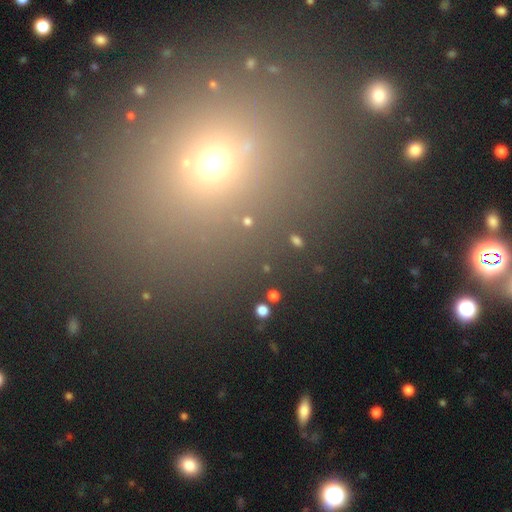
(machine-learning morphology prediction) type=smooth (48%); merging=none (84%).